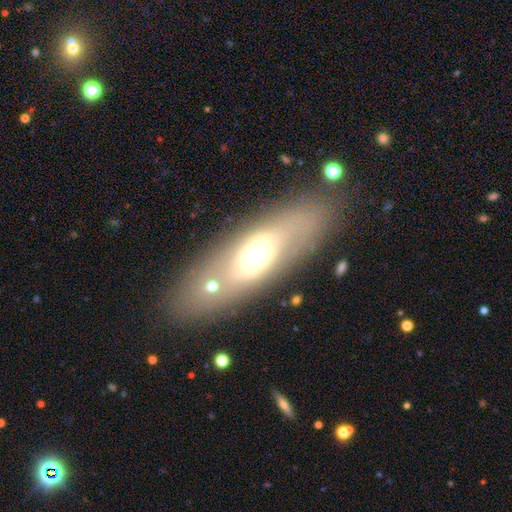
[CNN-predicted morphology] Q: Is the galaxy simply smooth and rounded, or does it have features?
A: smooth — 49%.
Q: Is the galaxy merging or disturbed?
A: none — 80%.